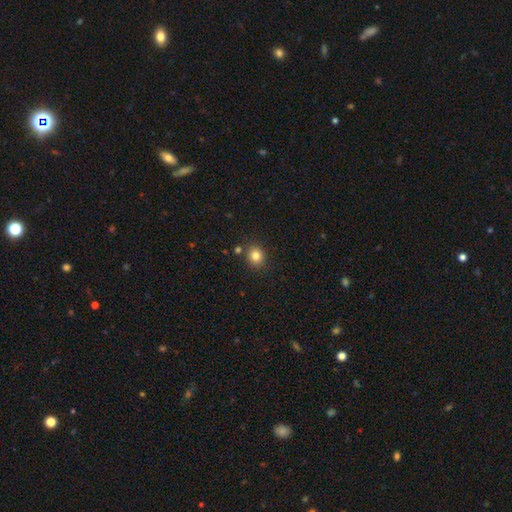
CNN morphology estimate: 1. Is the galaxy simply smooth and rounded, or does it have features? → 83% smooth, 11% star or artifact, 5% featured or disk.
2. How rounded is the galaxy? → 76% round, 23% in between, 1% cigar-shaped.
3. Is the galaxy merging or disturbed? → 84% none, 8% minor disturbance, 5% merger, 2% major disturbance.